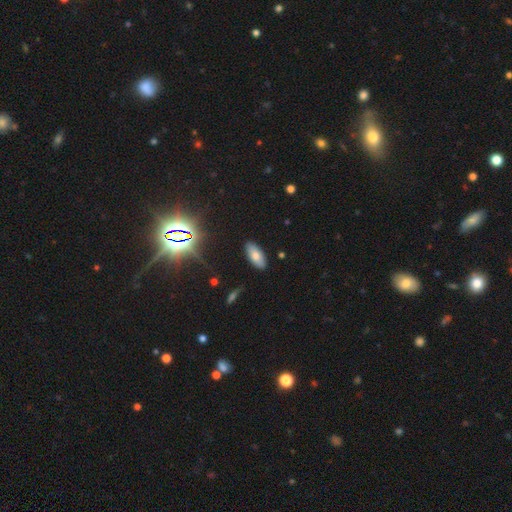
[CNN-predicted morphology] Overall: smooth (66%). How rounded: in between (88%). Merging: none (88%).